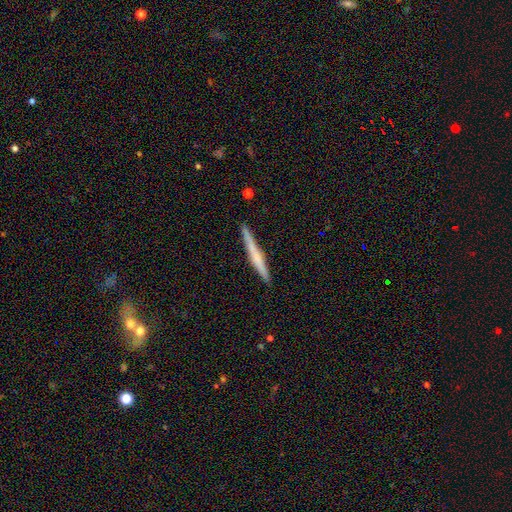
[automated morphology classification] A featured or disk galaxy (52%) viewed edge-on (98%) with no central bulge (48%). Merging: none (90%).